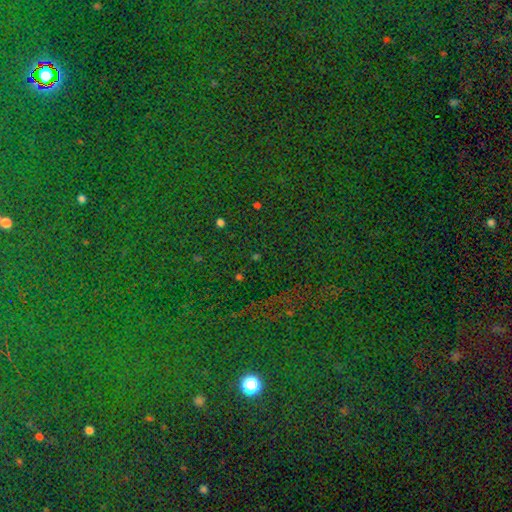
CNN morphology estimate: A star or artifact, not a galaxy (83%).

Vote fractions:
- Smooth or featured? star or artifact: 83% / smooth: 9% / featured or disk: 8%